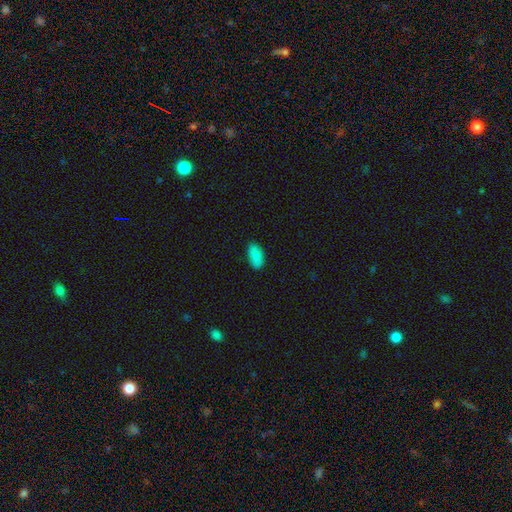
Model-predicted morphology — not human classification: The model was most divided on "merging": none: 86%, minor disturbance: 11%, major disturbance: 2%, merger: 1%. More confident: how rounded — in between (93%); smooth or featured — smooth (89%).